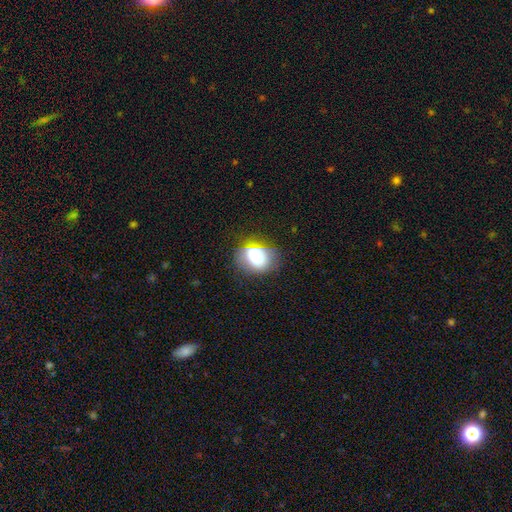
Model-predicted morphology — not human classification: Q: Smooth or featured?
A: smooth (77%); runner-up: featured or disk (12%)
Q: How rounded?
A: in between (55%); runner-up: round (43%)
Q: Merging?
A: none (65%); runner-up: minor disturbance (23%)